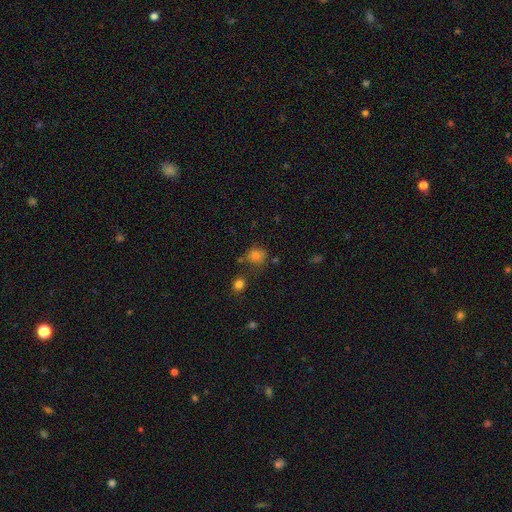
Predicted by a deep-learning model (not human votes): Smooth or featured? Predicted: smooth (p=0.75). How rounded? Predicted: round (p=0.80). Merging? Predicted: none (p=0.65).